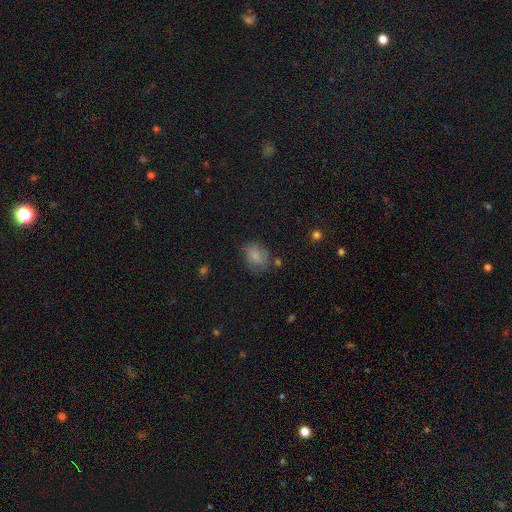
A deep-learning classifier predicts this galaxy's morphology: This is likely a smooth galaxy (74%). How rounded: possibly in between (59%). Merging: likely none (64%).